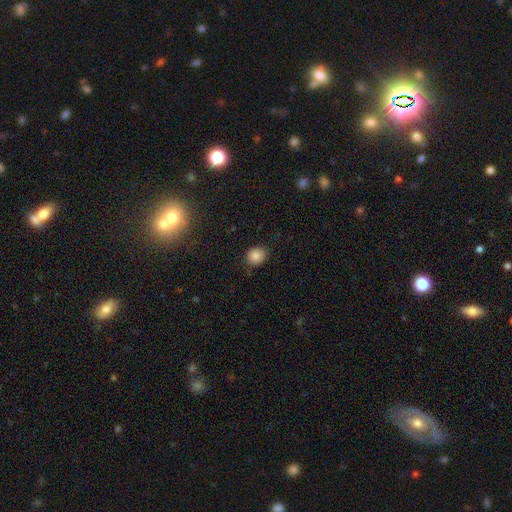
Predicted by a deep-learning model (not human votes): Q: Smooth or featured?
A: smooth (84%); runner-up: star or artifact (11%)
Q: How rounded?
A: round (70%); runner-up: in between (29%)
Q: Merging?
A: none (85%); runner-up: minor disturbance (11%)